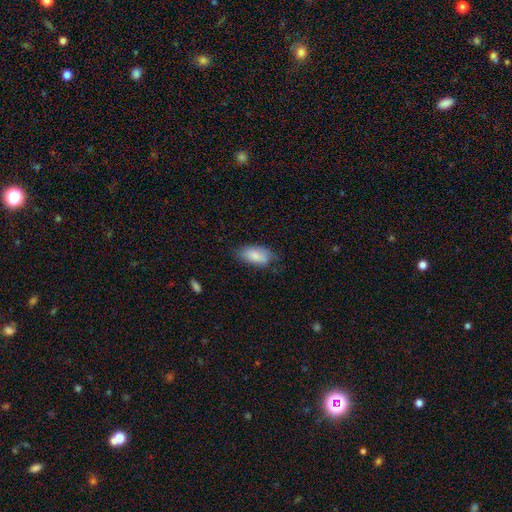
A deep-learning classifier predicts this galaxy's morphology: This appears to be a smooth galaxy with no disk features (85%) that is in between round and cigar-shaped (91%). Merging: none (63%).